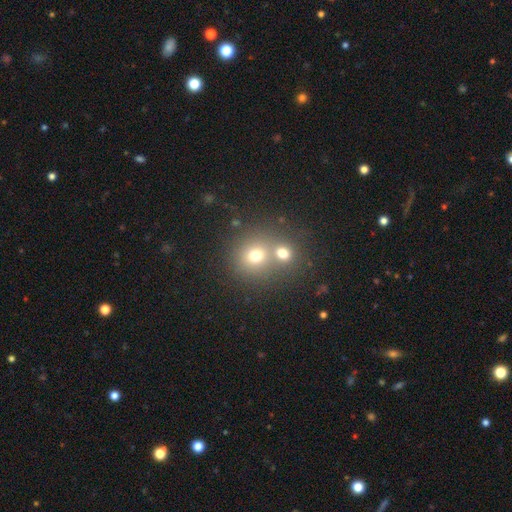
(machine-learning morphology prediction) This appears to be a smooth galaxy with no disk features (70%) that is round (85%). Merging: none (47%).